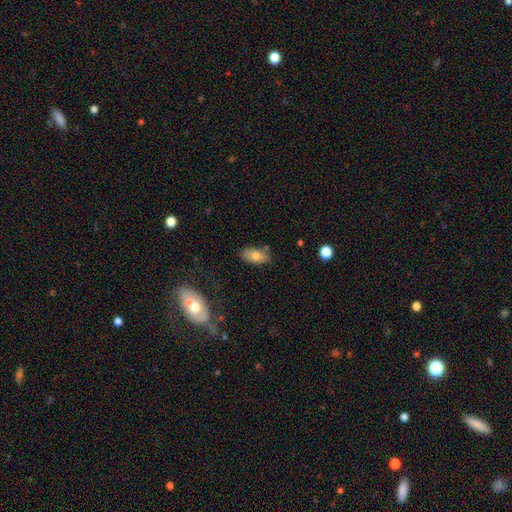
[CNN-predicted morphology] smooth-or-featured: smooth: 75% | featured or disk: 16% | star or artifact: 9%
  how-rounded: in between: 91% | round: 5% | cigar-shaped: 4%
  merging: none: 75% | minor disturbance: 17% | merger: 5% | major disturbance: 4%